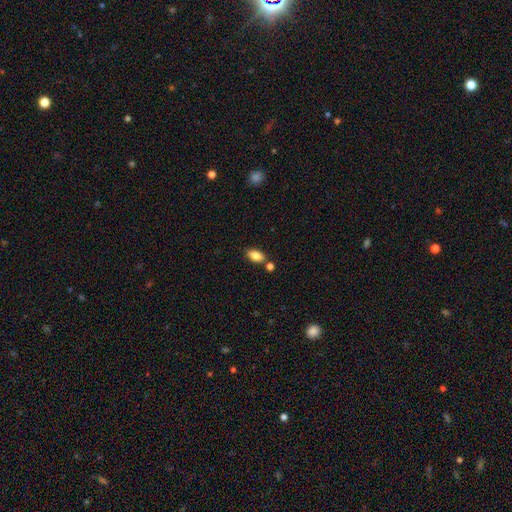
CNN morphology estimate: smooth_or_featured: smooth (p=0.85) [alt: star or artifact p=0.08]
how_rounded: in between (p=0.91) [alt: round p=0.06]
merging: none (p=0.75) [alt: merger p=0.12]